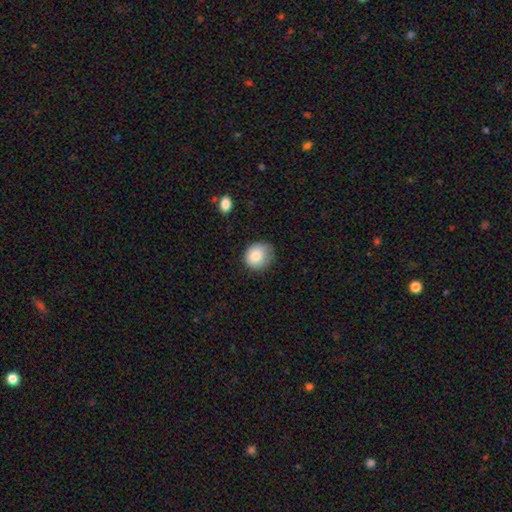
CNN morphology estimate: smooth_or_featured: smooth (p=0.83) [alt: featured or disk p=0.09]
how_rounded: round (p=0.76) [alt: in between p=0.23]
merging: none (p=0.64) [alt: minor disturbance p=0.28]